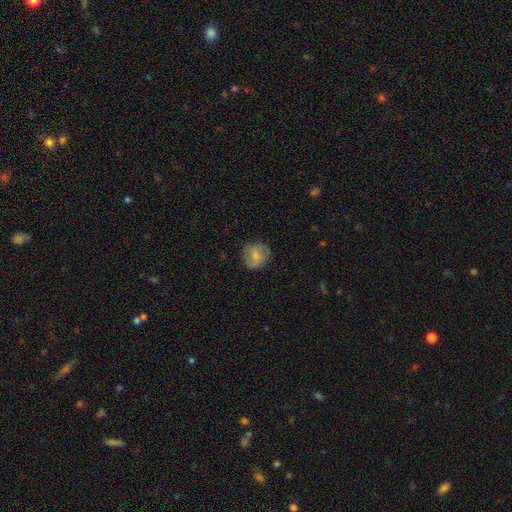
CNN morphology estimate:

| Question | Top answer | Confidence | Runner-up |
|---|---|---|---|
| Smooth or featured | smooth | 69% | featured or disk (23%) |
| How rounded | round | 81% | in between (18%) |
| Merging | none | 80% | minor disturbance (15%) |